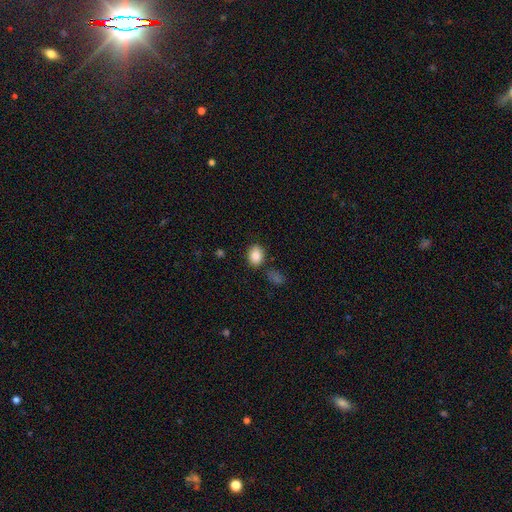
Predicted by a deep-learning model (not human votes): Q: Smooth or featured?
A: smooth (87%); runner-up: star or artifact (9%)
Q: How rounded?
A: in between (60%); runner-up: round (39%)
Q: Merging?
A: none (76%); runner-up: minor disturbance (14%)